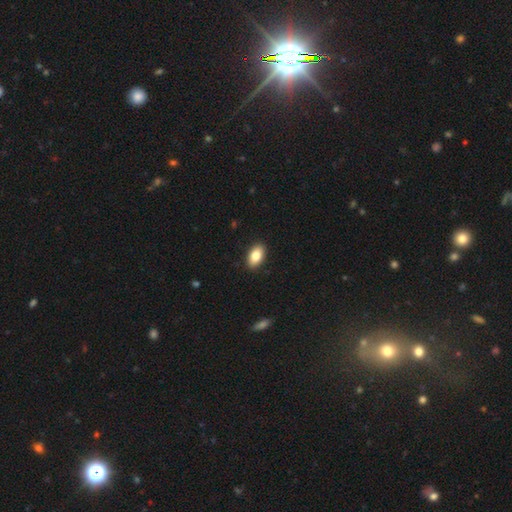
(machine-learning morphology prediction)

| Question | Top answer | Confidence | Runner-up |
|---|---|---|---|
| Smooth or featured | smooth | 84% | featured or disk (9%) |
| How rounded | in between | 92% | round (6%) |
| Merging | none | 90% | minor disturbance (7%) |